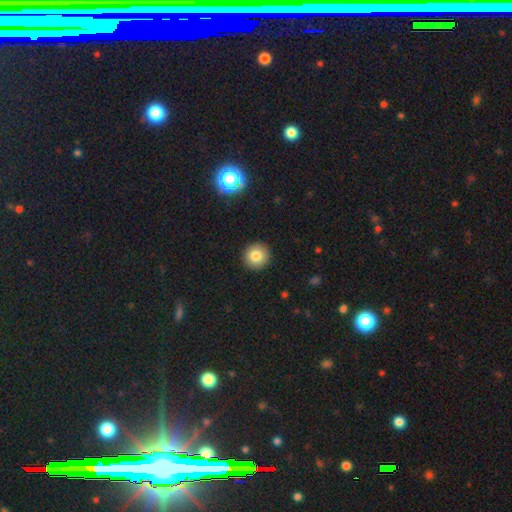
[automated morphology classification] Overall: smooth (81%). How rounded: round (94%). Merging: none (92%).